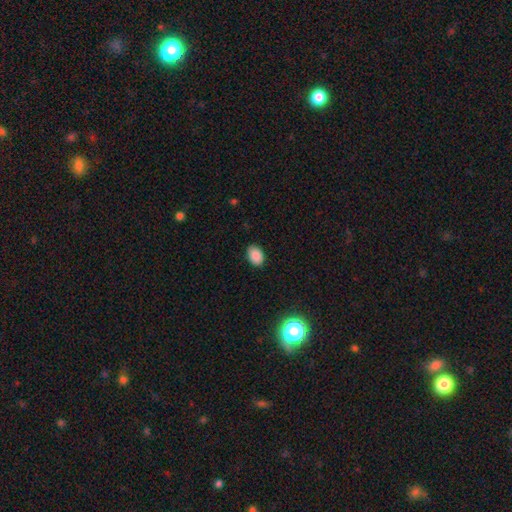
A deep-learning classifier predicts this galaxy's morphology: Smooth or featured: smooth — 87% (star or artifact — 9%)
How rounded: in between — 79% (round — 20%)
Merging: none — 87% (minor disturbance — 10%)